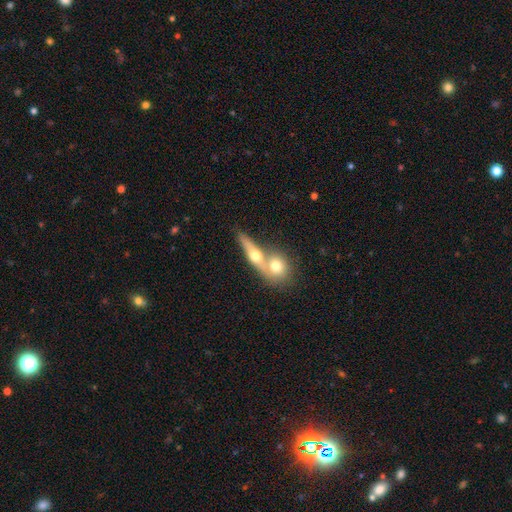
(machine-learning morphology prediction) Overall: smooth (51%; featured or disk 33%). How rounded: round (46%; in between 36%). Merging: merger (53%; none 33%).